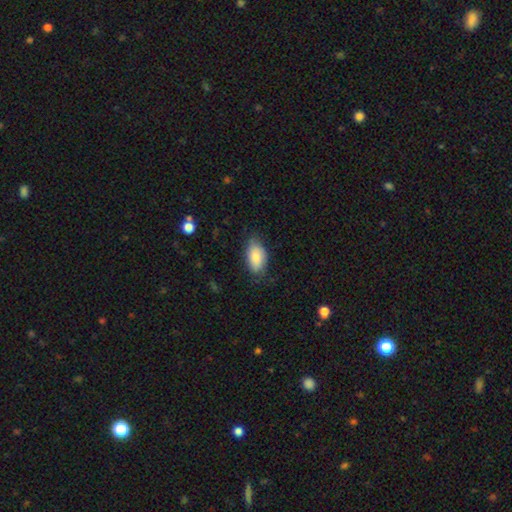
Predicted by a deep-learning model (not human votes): smooth 83%, featured or disk 11%, star or artifact 6%. Down the decision tree: how rounded — in between (94%); merging — none (72%).